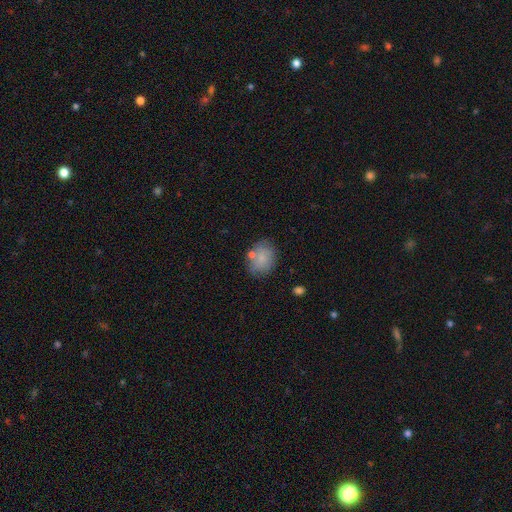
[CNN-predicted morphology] Q: Smooth or featured?
A: smooth (77%); runner-up: featured or disk (14%)
Q: How rounded?
A: in between (53%); runner-up: round (46%)
Q: Merging?
A: none (69%); runner-up: minor disturbance (17%)